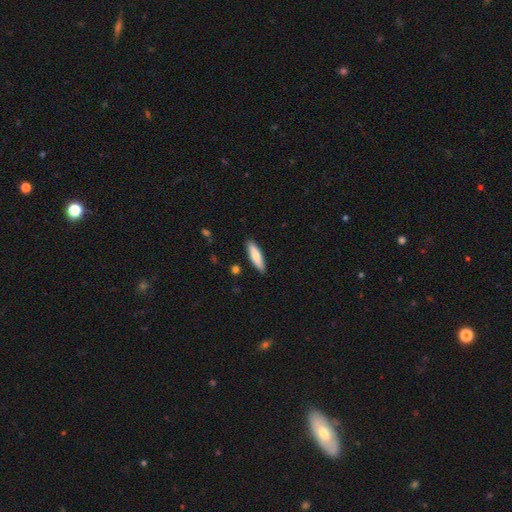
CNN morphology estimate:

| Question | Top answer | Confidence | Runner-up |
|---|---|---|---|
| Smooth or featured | smooth | 77% | featured or disk (18%) |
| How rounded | cigar-shaped | 66% | in between (32%) |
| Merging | none | 88% | minor disturbance (9%) |